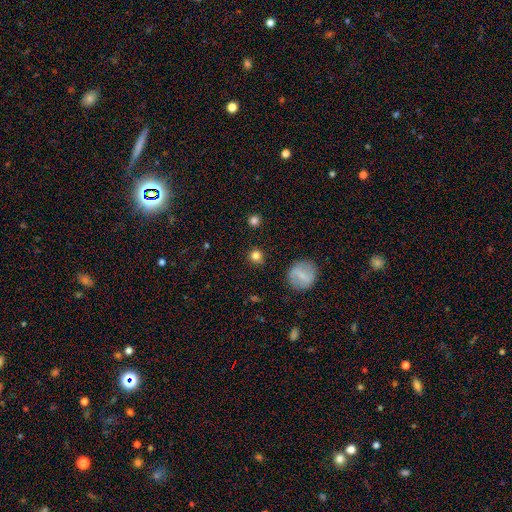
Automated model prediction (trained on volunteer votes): Q: Smooth or featured?
A: smooth (80%); runner-up: star or artifact (12%)
Q: How rounded?
A: round (89%); runner-up: in between (10%)
Q: Merging?
A: none (87%); runner-up: minor disturbance (8%)